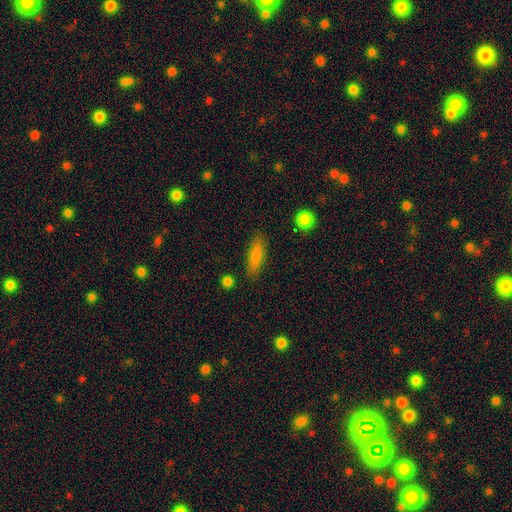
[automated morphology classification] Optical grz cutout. It shows a smooth galaxy with no disk features (81%) that is cigar-shaped (56%). Merging: none (85%).